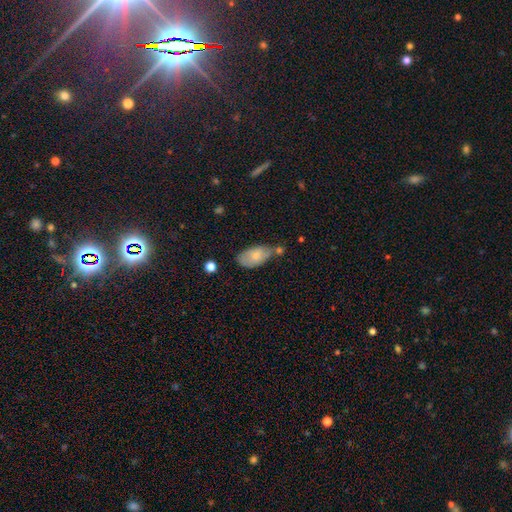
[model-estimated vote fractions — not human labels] This appears to be a smooth galaxy with no disk features (71%) that is in between round and cigar-shaped (93%). Merging: none (43%).